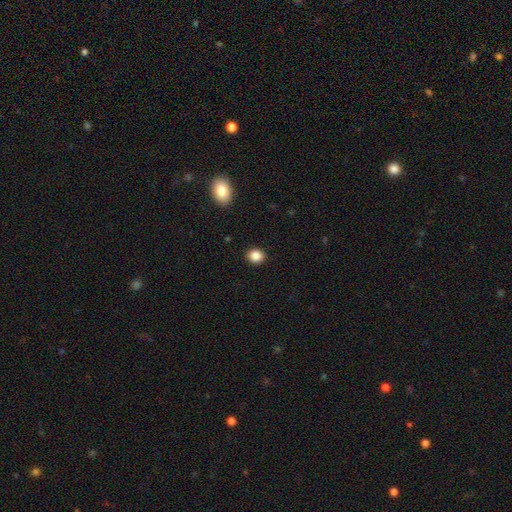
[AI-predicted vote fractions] Smooth or featured: smooth — 86% (star or artifact — 10%)
How rounded: round — 68% (in between — 31%)
Merging: none — 91% (minor disturbance — 6%)